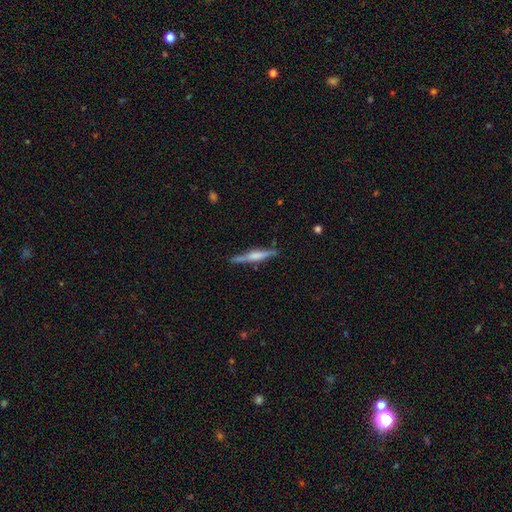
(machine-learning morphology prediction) Smooth or featured: featured or disk — 60% (smooth — 34%)
Edge-on disk: yes — 97% (no — 3%)
Edge-on bulge: rounded — 55% (boxy — 32%)
Merging: none — 86% (minor disturbance — 10%)